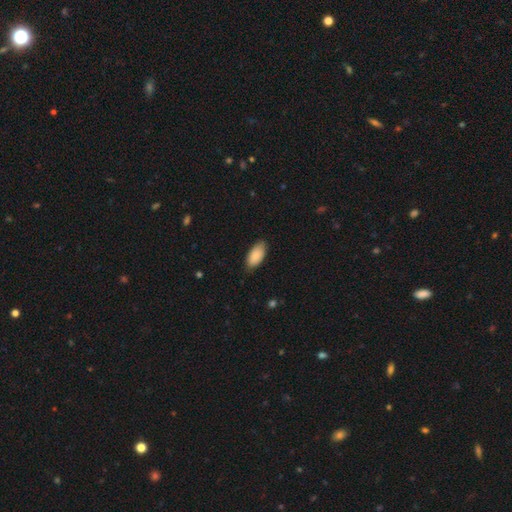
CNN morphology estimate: smooth 86%, featured or disk 8%, star or artifact 6%. Down the decision tree: how rounded — in between (93%); merging — none (79%).